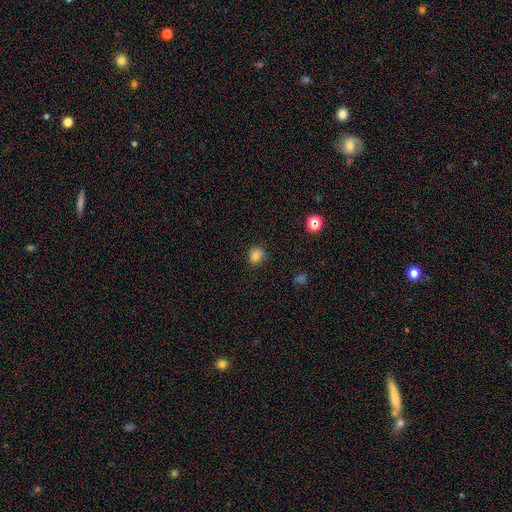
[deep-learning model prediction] This is clearly a smooth galaxy (81%). How rounded: likely round (72%). Merging: clearly none (81%).